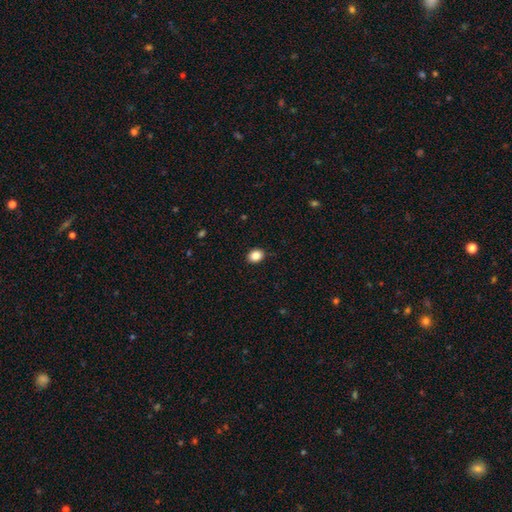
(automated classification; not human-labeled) The model was most divided on "how rounded": in between: 54%, round: 45%, cigar-shaped: 1%. More confident: merging — none (89%); smooth or featured — smooth (87%).